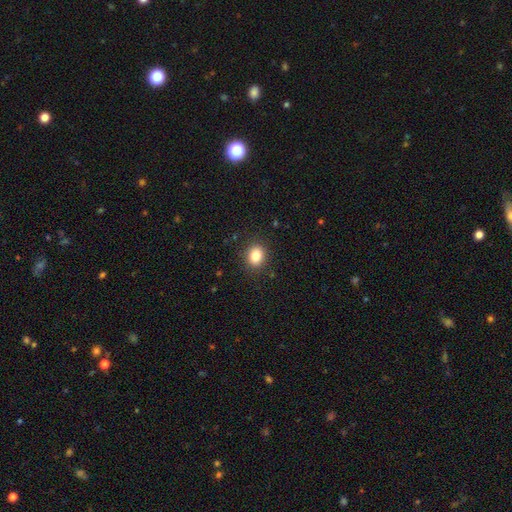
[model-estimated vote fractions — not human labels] Smooth or featured?
  - smooth: 84% *
  - star or artifact: 10%
  - featured or disk: 6%
How rounded?
  - round: 56% *
  - in between: 43%
  - cigar-shaped: 1%
Merging?
  - none: 89% *
  - minor disturbance: 8%
  - major disturbance: 2%
  - merger: 1%